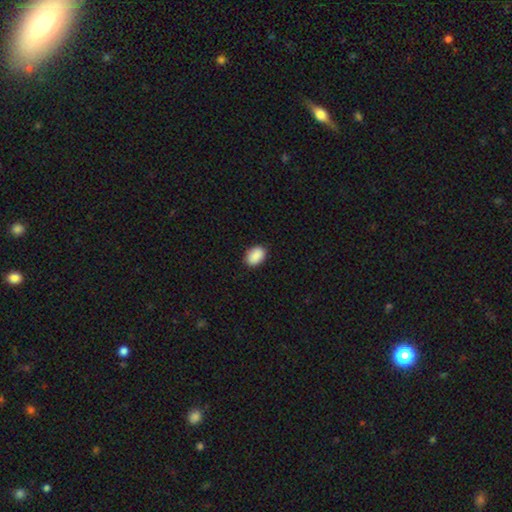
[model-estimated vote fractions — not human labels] Smooth or featured: smooth — 91% (star or artifact — 7%)
How rounded: in between — 84% (round — 15%)
Merging: none — 88% (minor disturbance — 10%)